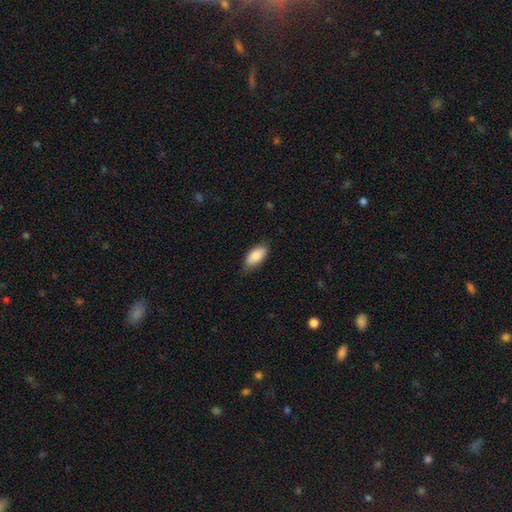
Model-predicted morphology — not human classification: This is clearly a smooth galaxy (85%). How rounded: clearly in between (92%). Merging: likely none (76%).